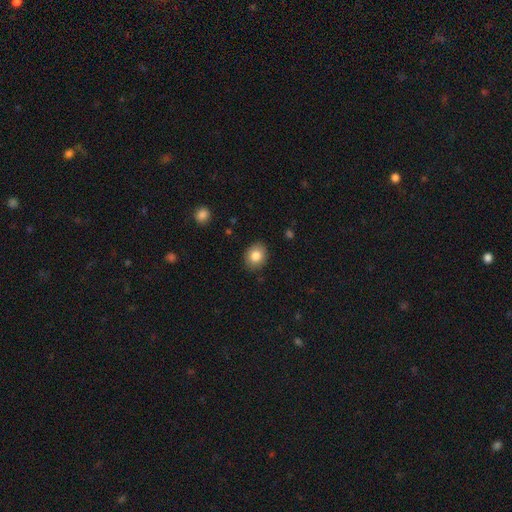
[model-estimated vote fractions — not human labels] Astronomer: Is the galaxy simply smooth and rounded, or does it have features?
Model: smooth — 83%.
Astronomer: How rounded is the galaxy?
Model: round — 57% (runner-up: in between, 43%).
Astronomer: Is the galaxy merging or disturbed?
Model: none — 87%.